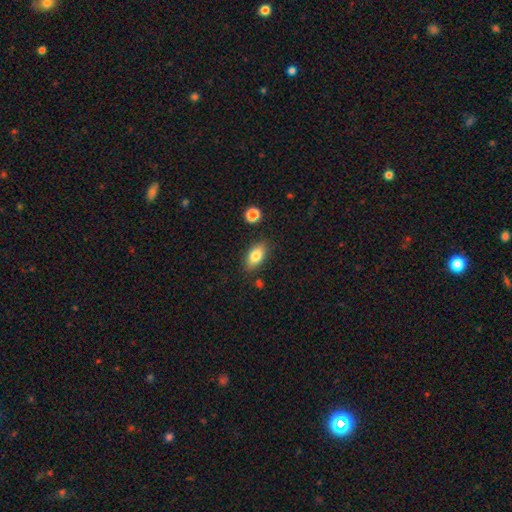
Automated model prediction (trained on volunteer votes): smooth 82%, featured or disk 11%, star or artifact 8%. Down the decision tree: how rounded — in between (89%); merging — none (83%).